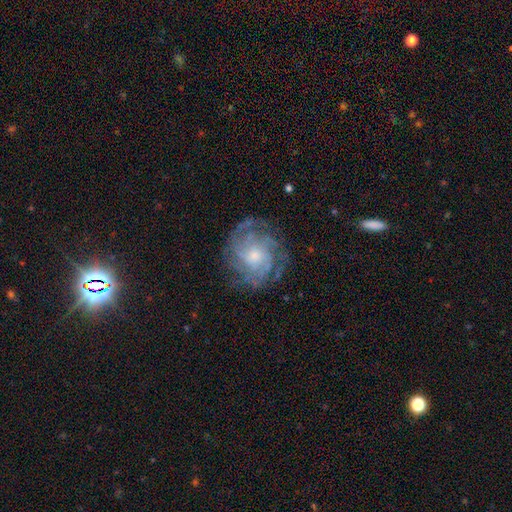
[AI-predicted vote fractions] The model was most divided on "bulge size": small: 54%, moderate: 37%, large: 5%, none: 4%, dominant: 1%. Remaining: edge-on disk — no (97%); spiral arms — yes (92%); smooth or featured — featured or disk (80%); bar — no (75%); merging — none (74%); spiral winding — tight (58%); spiral arm count — can't tell (37%).